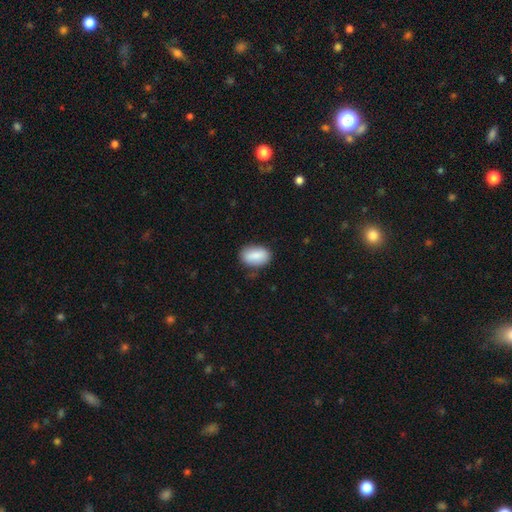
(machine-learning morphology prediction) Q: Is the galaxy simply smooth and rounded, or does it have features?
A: smooth — 86%.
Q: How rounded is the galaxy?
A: in between — 90%.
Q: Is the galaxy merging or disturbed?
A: none — 80%.